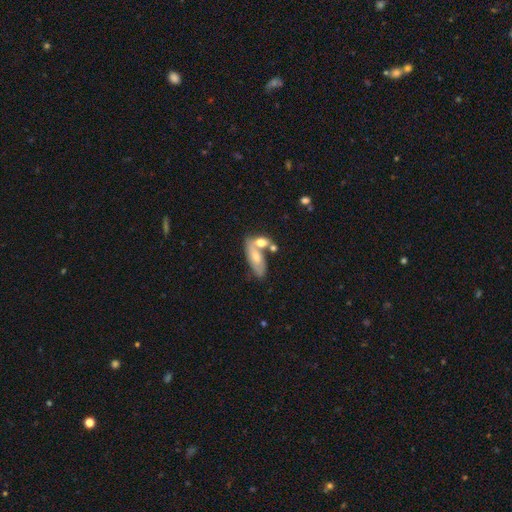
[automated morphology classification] Smooth or featured? Predicted: smooth (p=0.55). How rounded? Predicted: in between (p=0.74). Merging? Predicted: merger (p=0.42).